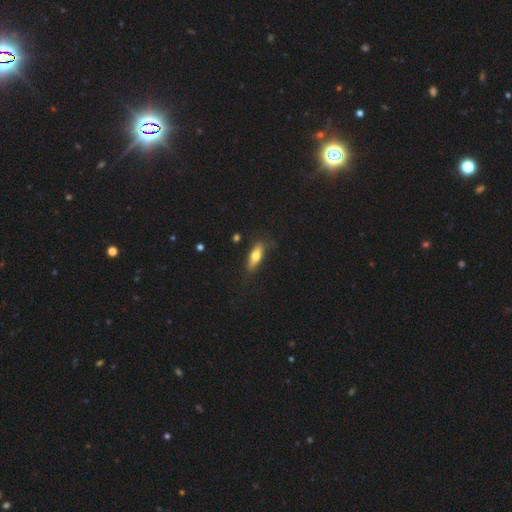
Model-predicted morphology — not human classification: This is likely a smooth galaxy (63%). How rounded: possibly in between (54%). Merging: likely none (77%).